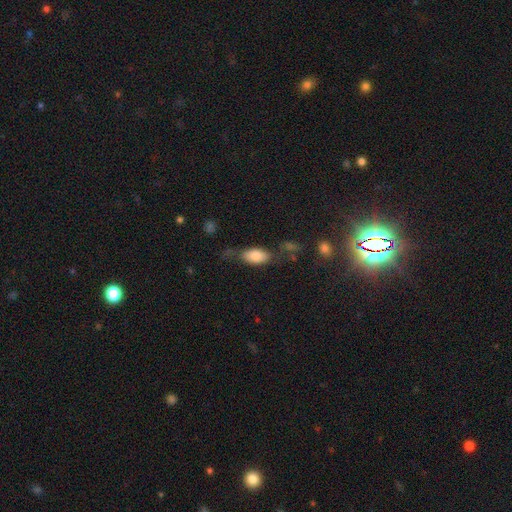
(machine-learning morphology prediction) This appears to be a smooth galaxy with no disk features (79%) that is in between round and cigar-shaped (90%). Merging: none (51%).